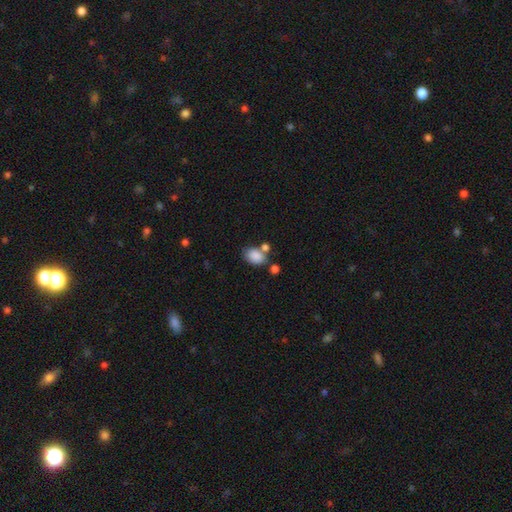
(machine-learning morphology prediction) Q: Smooth or featured?
A: smooth (85%); runner-up: star or artifact (8%)
Q: How rounded?
A: in between (77%); runner-up: round (22%)
Q: Merging?
A: none (54%); runner-up: merger (24%)